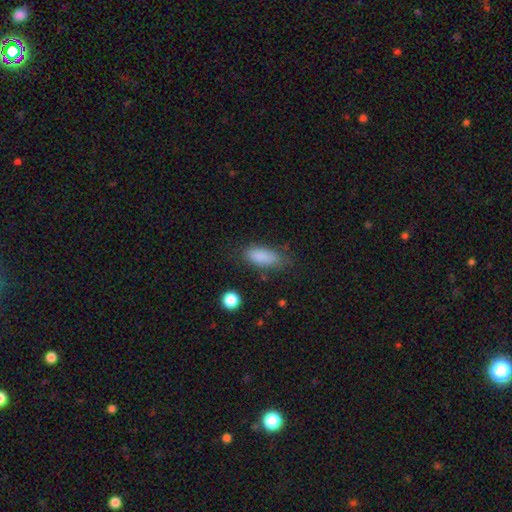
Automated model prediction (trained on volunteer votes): smooth 64%, star or artifact 23%, featured or disk 13%. Down the decision tree: how rounded — in between (75%); merging — none (81%).